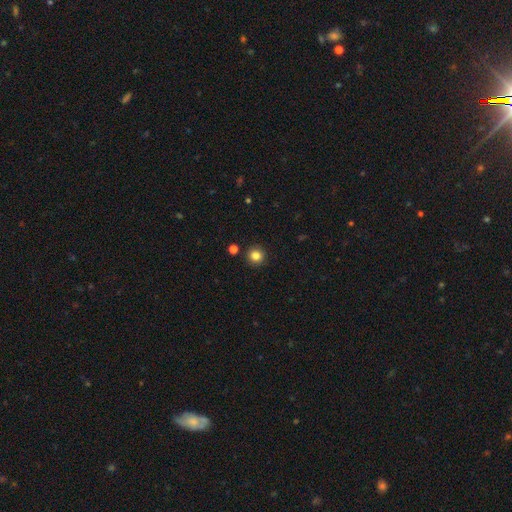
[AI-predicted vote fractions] Smooth or featured: smooth — 83% (star or artifact — 12%)
How rounded: round — 94% (in between — 5%)
Merging: none — 91% (minor disturbance — 5%)